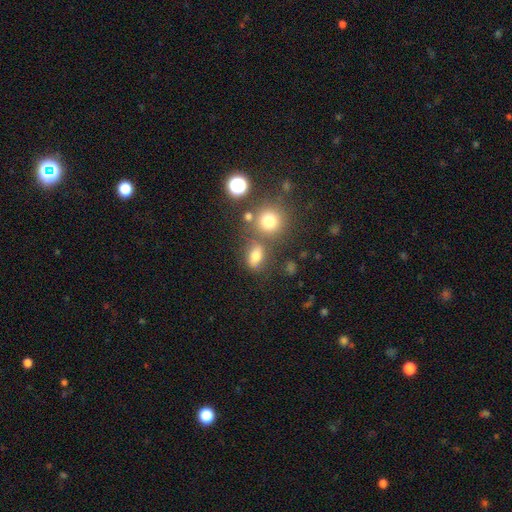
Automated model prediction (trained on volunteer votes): Smooth or featured?
  - smooth: 73% *
  - star or artifact: 17%
  - featured or disk: 10%
How rounded?
  - in between: 65% *
  - round: 31%
  - cigar-shaped: 4%
Merging?
  - none: 62% *
  - merger: 17%
  - minor disturbance: 14%
  - major disturbance: 6%